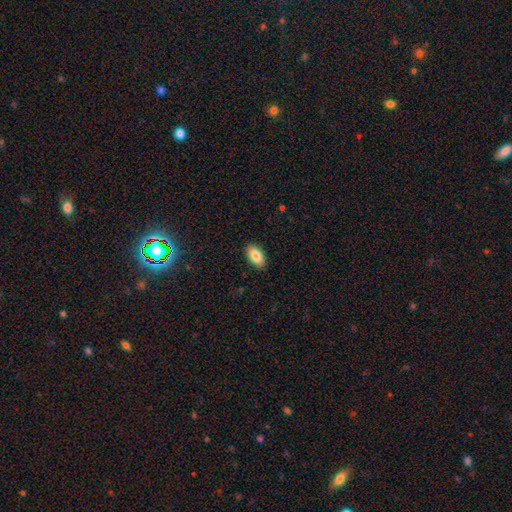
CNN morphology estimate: A smooth galaxy with no disk features (86%) that is in between round and cigar-shaped (94%). Merging: none (88%).